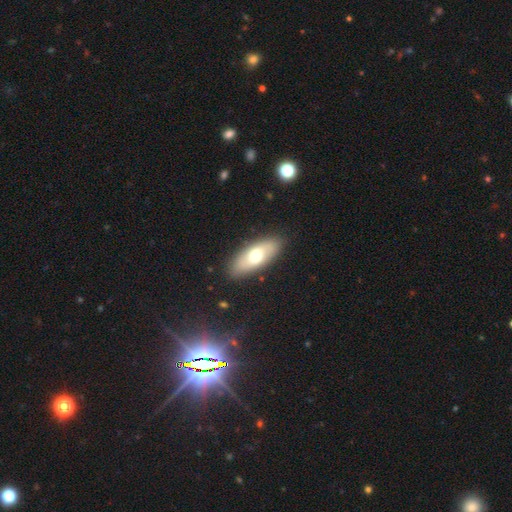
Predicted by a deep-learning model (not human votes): Smooth or featured? Predicted: smooth (p=0.64). How rounded? Predicted: in between (p=0.81). Merging? Predicted: none (p=0.87).